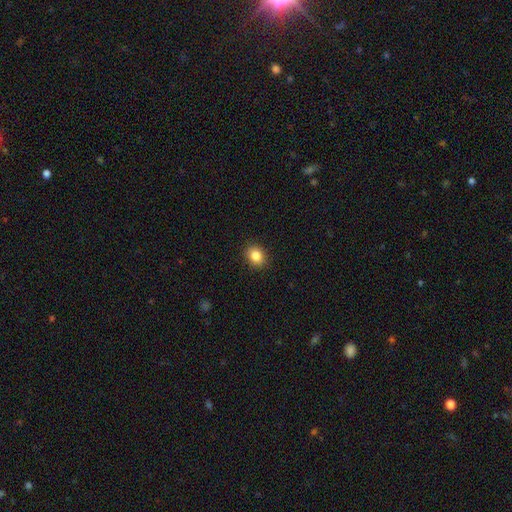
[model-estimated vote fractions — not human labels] This appears to be a smooth galaxy with no disk features (85%) that is round (54%). Merging: none (90%).